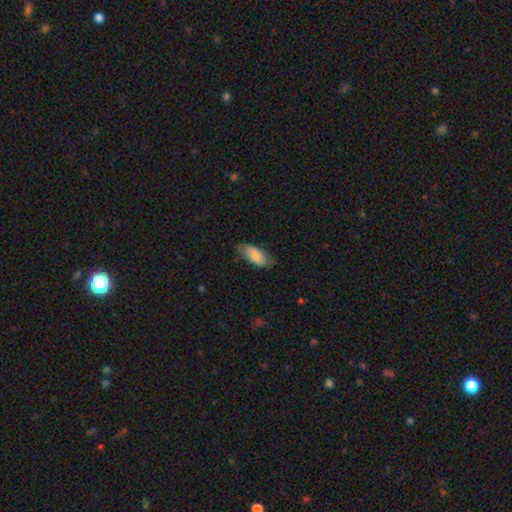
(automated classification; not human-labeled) This appears to be a smooth galaxy with no disk features (77%) that is in between round and cigar-shaped (90%). Merging: none (67%).